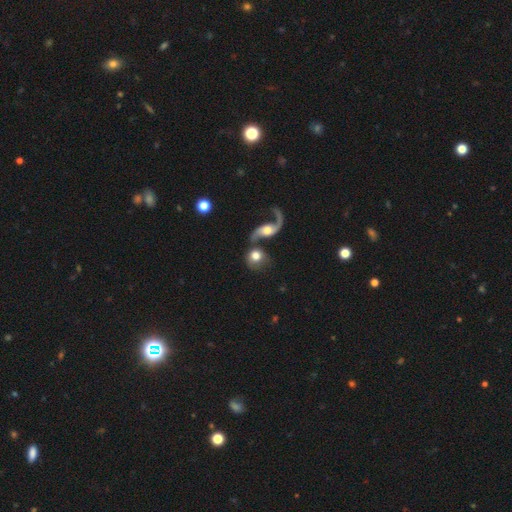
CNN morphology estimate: type=smooth (55%); roundness=round (74%); merging=merger (42%).